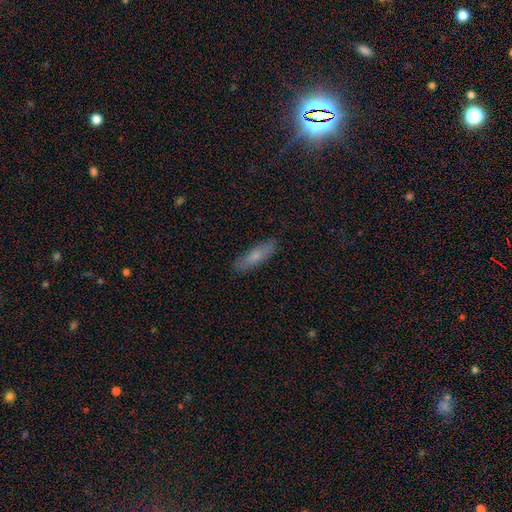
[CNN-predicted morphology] smooth_or_featured: smooth (p=0.70) [alt: featured or disk p=0.23]
how_rounded: cigar-shaped (p=0.68) [alt: in between p=0.30]
merging: none (p=0.86) [alt: minor disturbance p=0.11]